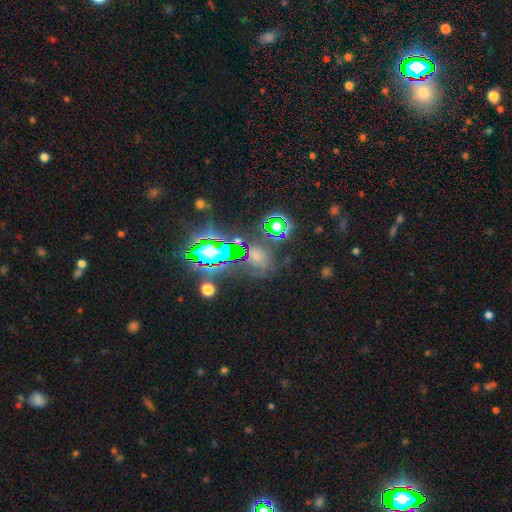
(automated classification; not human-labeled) Smooth or featured? Predicted: star or artifact (p=0.51).